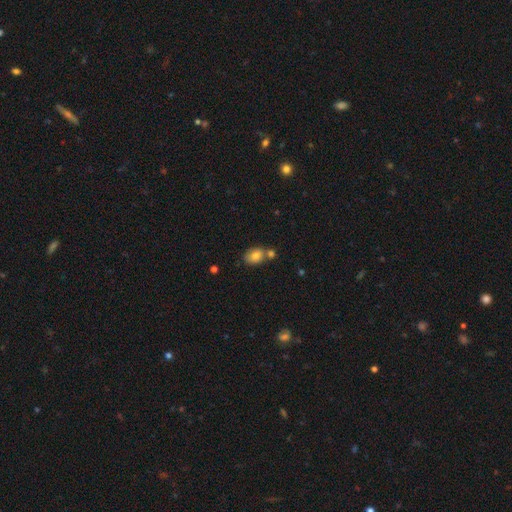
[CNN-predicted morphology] Smooth or featured? Predicted: smooth (p=0.80). How rounded? Predicted: in between (p=0.77). Merging? Predicted: none (p=0.57).